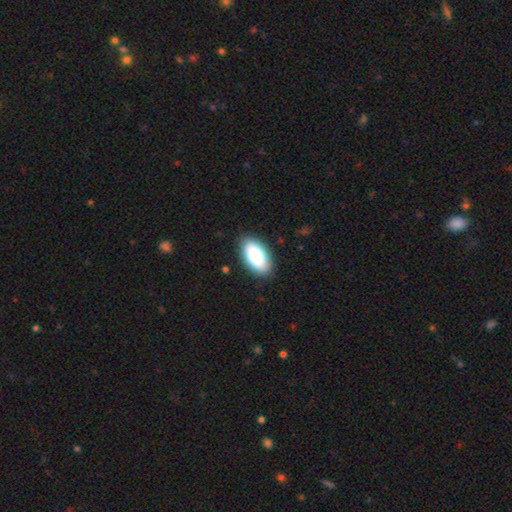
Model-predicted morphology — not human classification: smooth-or-featured: smooth: 79% | featured or disk: 15% | star or artifact: 6%
  how-rounded: in between: 94% | round: 3% | cigar-shaped: 2%
  merging: none: 87% | minor disturbance: 10% | major disturbance: 2% | merger: 1%